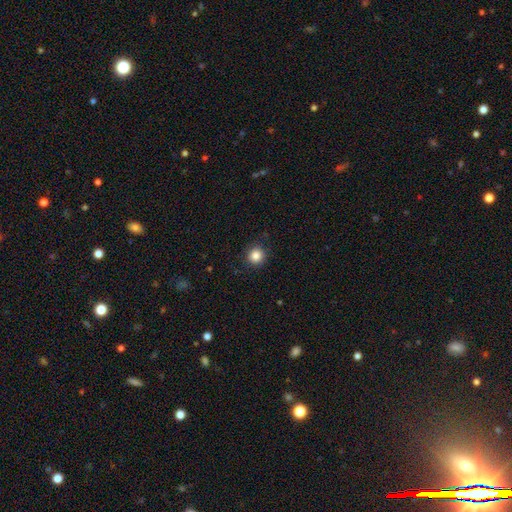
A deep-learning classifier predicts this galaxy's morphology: Smooth or featured? smooth (85%)
How rounded? round (92%)
Merging? none (89%)